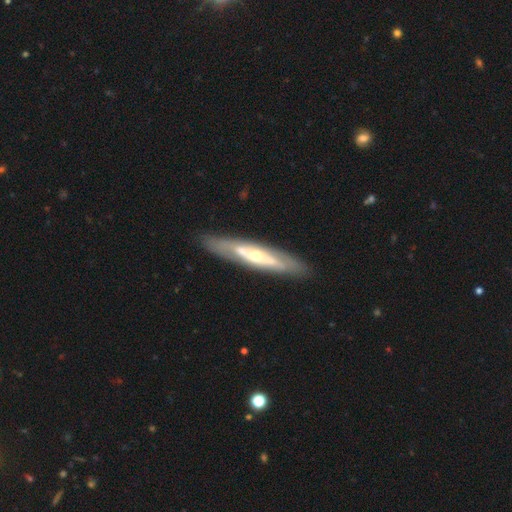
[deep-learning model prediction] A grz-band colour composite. It shows a featured or disk galaxy (70%). Merging: none (83%).